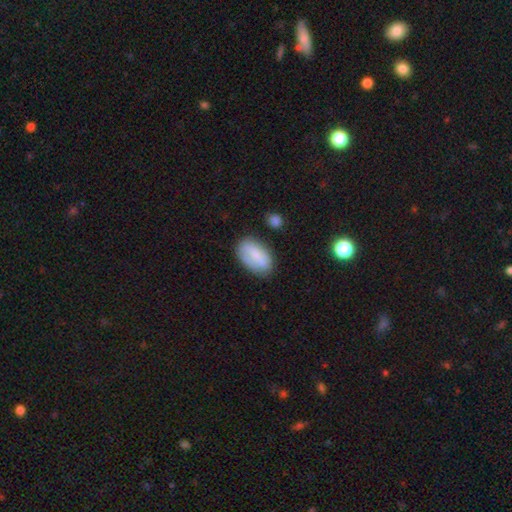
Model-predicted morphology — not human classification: Smooth or featured?
  - smooth: 68% *
  - featured or disk: 25%
  - star or artifact: 7%
How rounded?
  - in between: 93% *
  - round: 5%
  - cigar-shaped: 2%
Merging?
  - none: 71% *
  - minor disturbance: 21%
  - major disturbance: 5%
  - merger: 3%